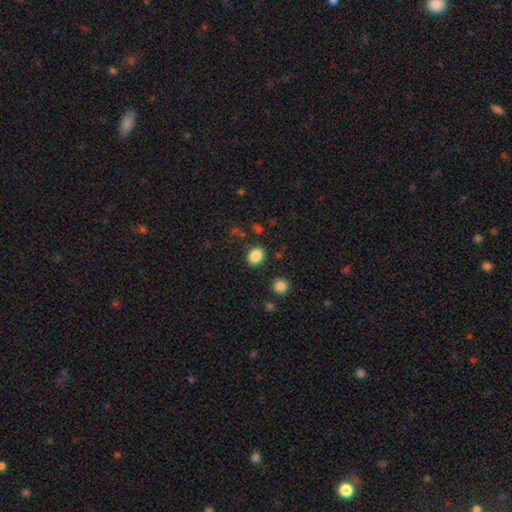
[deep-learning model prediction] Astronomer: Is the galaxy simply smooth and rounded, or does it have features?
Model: smooth — 86%.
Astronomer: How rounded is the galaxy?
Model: in between — 62% (runner-up: round, 37%).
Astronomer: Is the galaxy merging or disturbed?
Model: none — 85%.